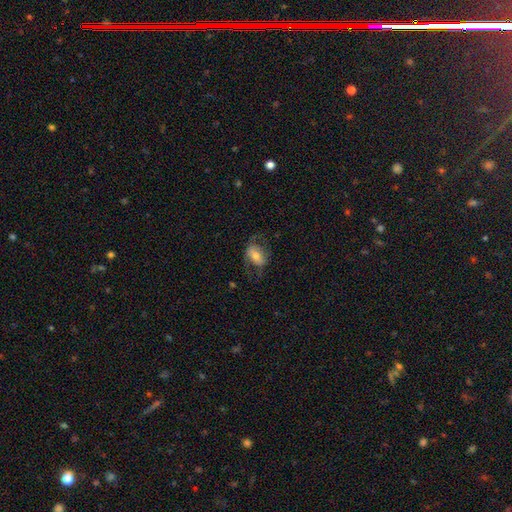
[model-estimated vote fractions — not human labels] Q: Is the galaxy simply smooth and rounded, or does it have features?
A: featured or disk — 47%.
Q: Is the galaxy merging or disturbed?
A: none — 57%.